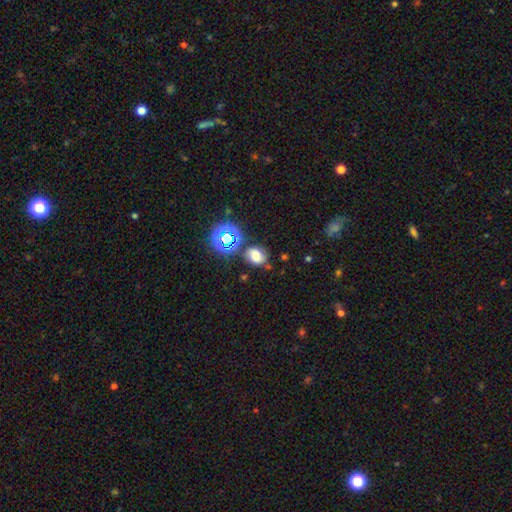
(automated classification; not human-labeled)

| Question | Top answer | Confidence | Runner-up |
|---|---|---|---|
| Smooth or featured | smooth | 53% | featured or disk (24%) |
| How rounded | in between | 51% | round (48%) |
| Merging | none | 61% | minor disturbance (22%) |